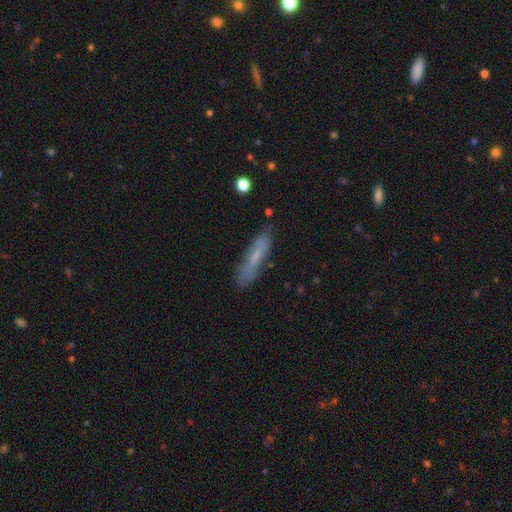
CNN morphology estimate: Q: Smooth or featured?
A: smooth (59%); runner-up: featured or disk (33%)
Q: How rounded?
A: cigar-shaped (80%); runner-up: in between (18%)
Q: Merging?
A: none (77%); runner-up: minor disturbance (16%)